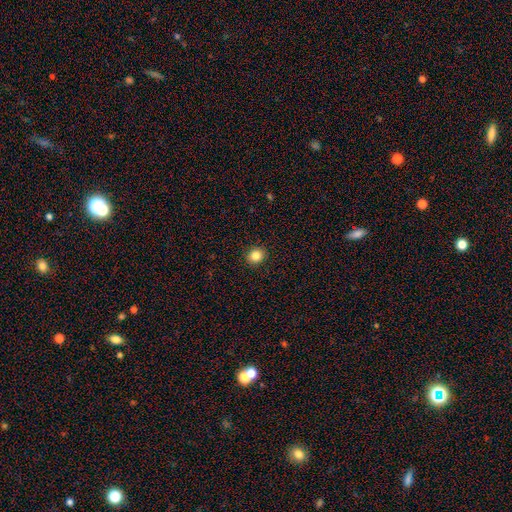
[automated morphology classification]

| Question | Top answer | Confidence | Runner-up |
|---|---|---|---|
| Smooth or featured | smooth | 85% | star or artifact (11%) |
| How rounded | round | 81% | in between (18%) |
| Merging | none | 92% | minor disturbance (5%) |